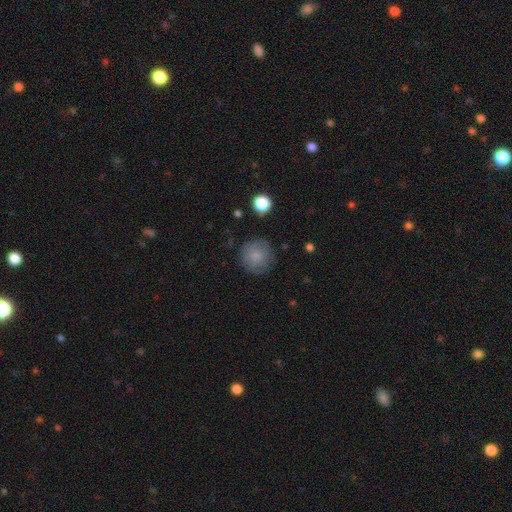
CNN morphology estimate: Q: Smooth or featured?
A: smooth (82%); runner-up: featured or disk (10%)
Q: How rounded?
A: round (94%); runner-up: in between (5%)
Q: Merging?
A: none (82%); runner-up: minor disturbance (13%)